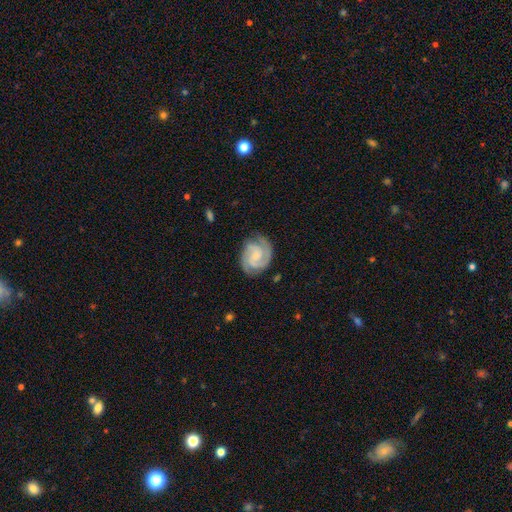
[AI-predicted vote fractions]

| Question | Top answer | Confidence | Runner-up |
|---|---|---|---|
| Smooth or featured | featured or disk | 87% | smooth (9%) |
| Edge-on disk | no | 98% | yes (2%) |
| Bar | no | 52% | weak (40%) |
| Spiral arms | yes | 98% | no (2%) |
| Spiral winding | tight | 54% | medium (40%) |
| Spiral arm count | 2 | 53% | 3 (30%) |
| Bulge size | small | 61% | moderate (25%) |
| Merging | none | 77% | minor disturbance (17%) |